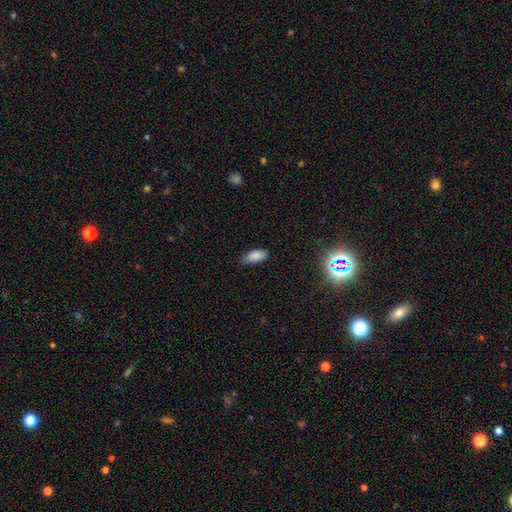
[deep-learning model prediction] A smooth galaxy with no disk features (85%) that is in between round and cigar-shaped (86%). Merging: none (73%).